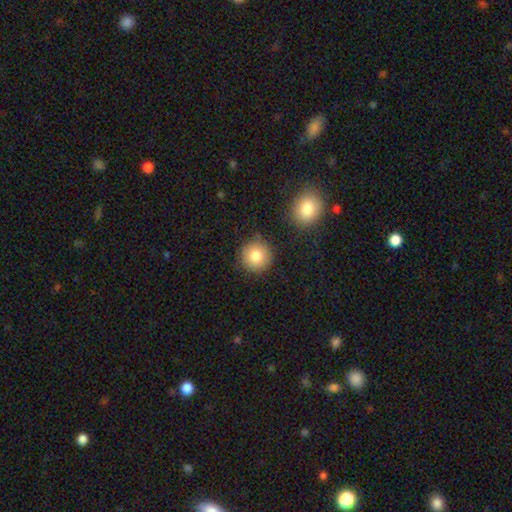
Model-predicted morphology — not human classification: smooth-or-featured: smooth: 82% | star or artifact: 9% | featured or disk: 8%
  how-rounded: round: 94% | in between: 5% | cigar-shaped: 1%
  merging: none: 84% | minor disturbance: 10% | merger: 3% | major disturbance: 3%